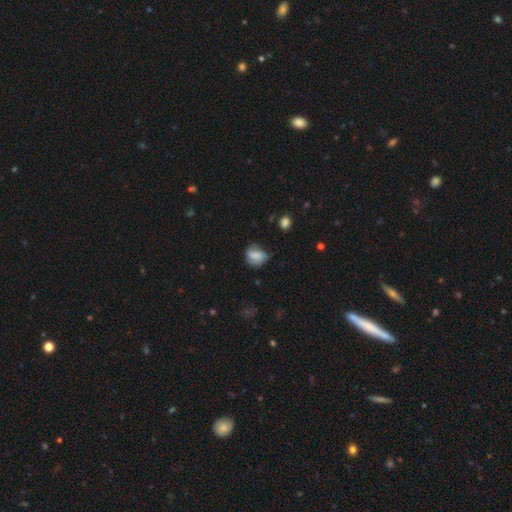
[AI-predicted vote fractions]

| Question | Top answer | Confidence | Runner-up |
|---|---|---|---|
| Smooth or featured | smooth | 62% | featured or disk (29%) |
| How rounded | round | 55% | in between (43%) |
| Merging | none | 47% | minor disturbance (35%) |